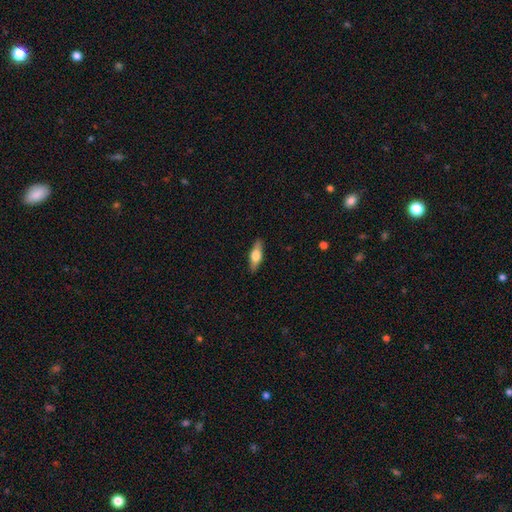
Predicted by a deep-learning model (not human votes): Smooth or featured: smooth — 52% (featured or disk — 42%)
How rounded: in between — 54% (cigar-shaped — 43%)
Merging: none — 89% (minor disturbance — 8%)